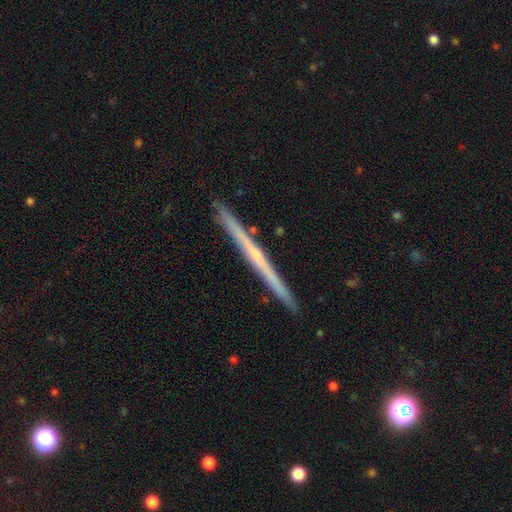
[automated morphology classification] Smooth or featured?
  - featured or disk: 69% *
  - smooth: 25%
  - star or artifact: 6%
Edge-on disk?
  - yes: 98% *
  - no: 2%
Edge-on bulge?
  - none: 67% *
  - rounded: 29%
  - boxy: 4%
Merging?
  - none: 92% *
  - minor disturbance: 6%
  - merger: 1%
  - major disturbance: 1%